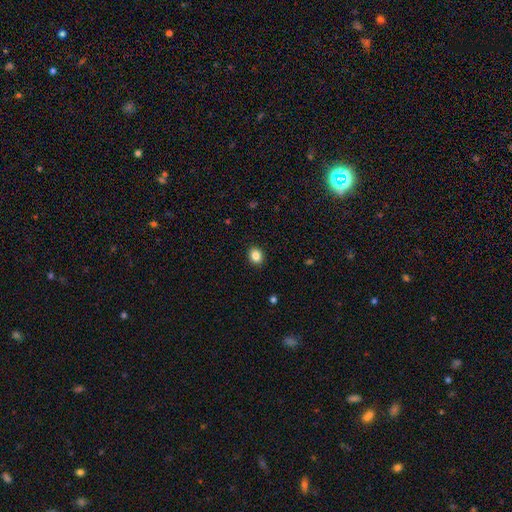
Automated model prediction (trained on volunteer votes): This is clearly a smooth galaxy (86%). How rounded: possibly round (59%). Merging: clearly none (91%).